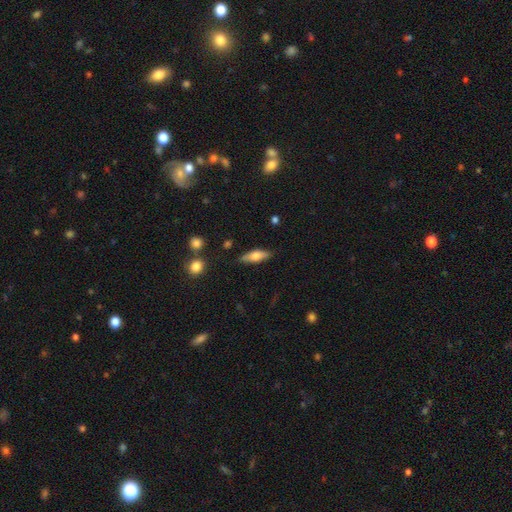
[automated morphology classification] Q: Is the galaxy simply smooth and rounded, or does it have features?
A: smooth — 63%.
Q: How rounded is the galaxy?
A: in between — 58%.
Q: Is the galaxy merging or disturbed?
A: none — 83%.